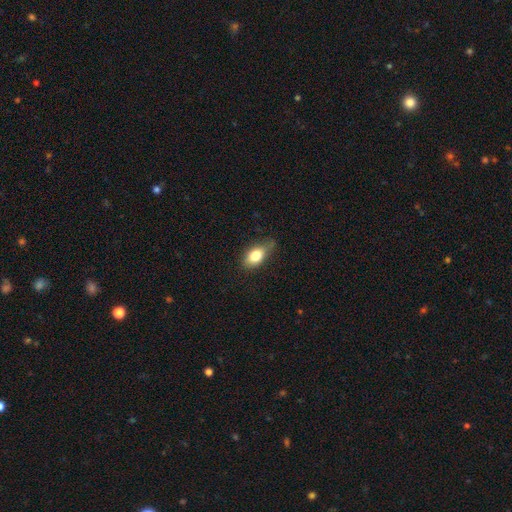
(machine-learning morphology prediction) A smooth galaxy with no disk features (79%) that is in between round and cigar-shaped (85%).

Vote fractions:
- Smooth or featured? smooth: 79% / featured or disk: 13% / star or artifact: 8%
- How rounded? in between: 85% / round: 10% / cigar-shaped: 5%
- Merging? none: 57% / minor disturbance: 34% / major disturbance: 8% / merger: 2%